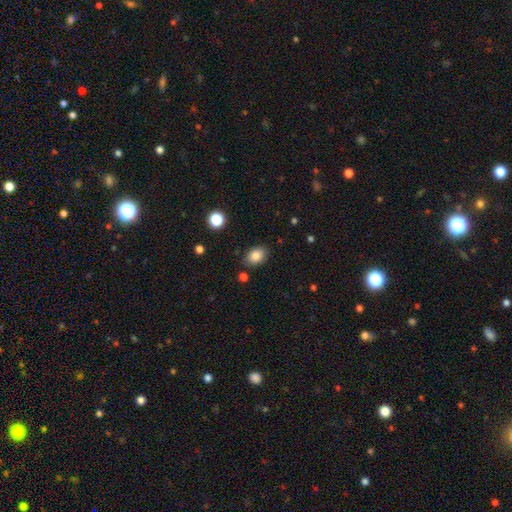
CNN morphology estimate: A smooth galaxy with no disk features (85%) that is in between round and cigar-shaped (76%). Merging: none (82%).